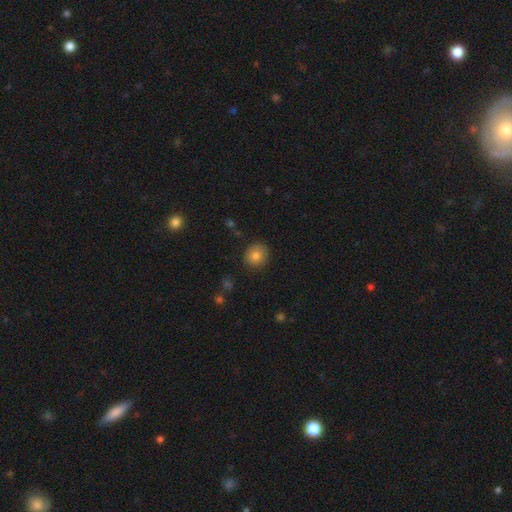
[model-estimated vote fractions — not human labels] This appears to be a smooth galaxy with no disk features (82%) that is round (81%). Merging: none (87%).